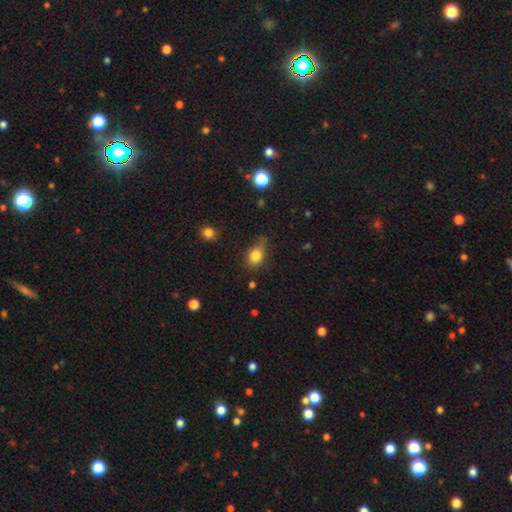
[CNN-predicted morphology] Q: Smooth or featured?
A: smooth (81%); runner-up: star or artifact (11%)
Q: How rounded?
A: in between (59%); runner-up: round (38%)
Q: Merging?
A: none (51%); runner-up: minor disturbance (33%)